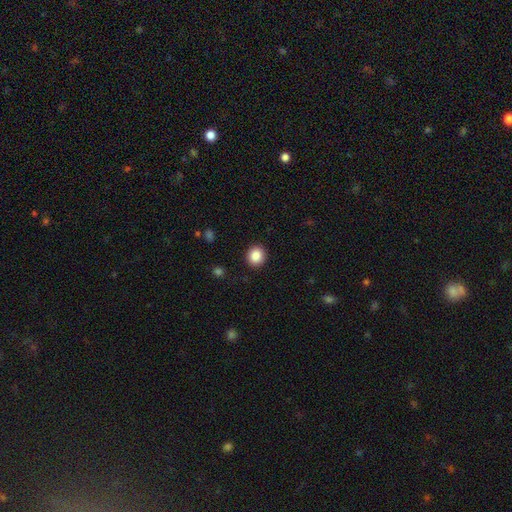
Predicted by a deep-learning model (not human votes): This appears to be a smooth galaxy with no disk features (87%) that is round (86%). Merging: none (91%).